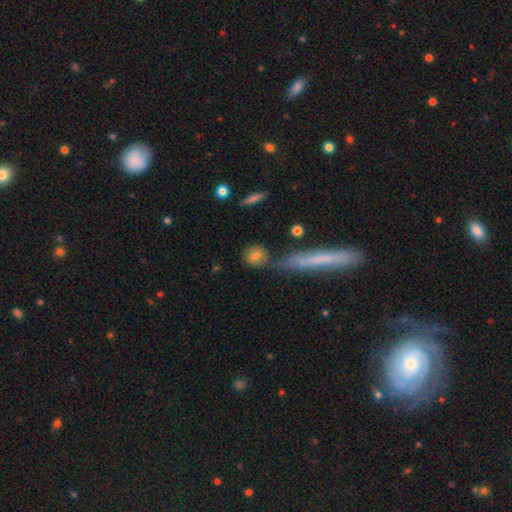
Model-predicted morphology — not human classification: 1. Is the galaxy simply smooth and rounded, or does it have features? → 72% smooth, 18% featured or disk, 10% star or artifact.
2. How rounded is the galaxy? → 69% round, 25% in between, 7% cigar-shaped.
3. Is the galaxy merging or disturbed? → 63% none, 16% merger, 14% minor disturbance, 7% major disturbance.